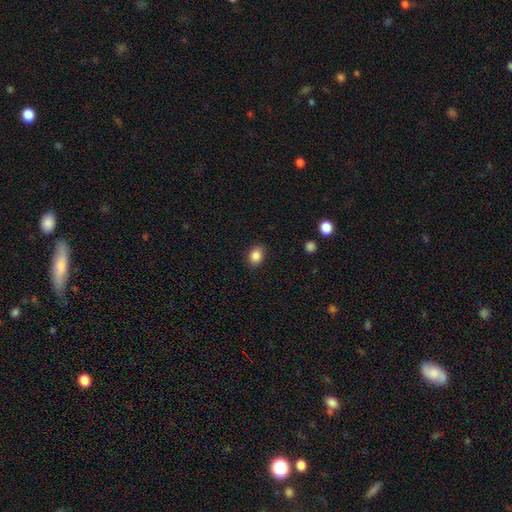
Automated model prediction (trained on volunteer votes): Overall: smooth (86%). How rounded: in between (64%; round 35%). Merging: none (87%).